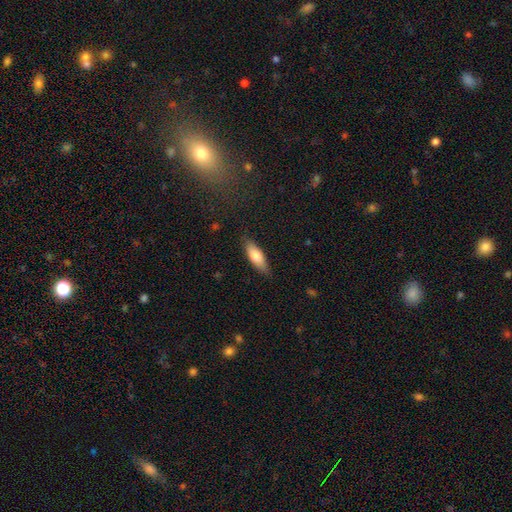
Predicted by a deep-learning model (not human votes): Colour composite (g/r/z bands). It shows a smooth galaxy with no disk features (76%) that is in between round and cigar-shaped (58%). Merging: none (82%).